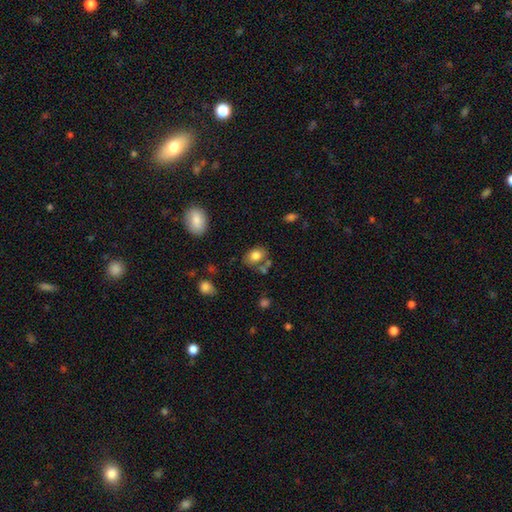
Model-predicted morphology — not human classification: type=smooth (81%); roundness=in between (72%); merging=none (67%).